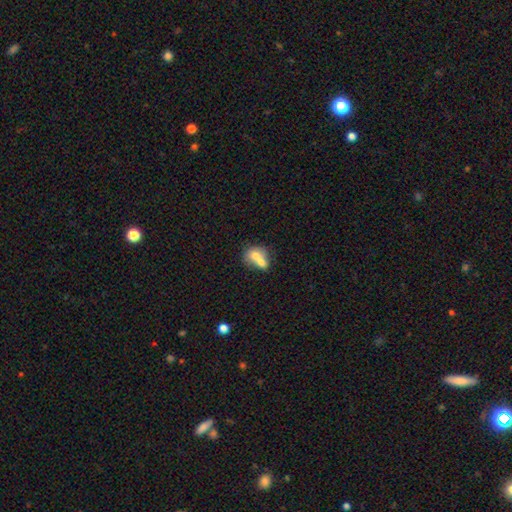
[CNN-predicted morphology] Overall: smooth (68%). How rounded: round (51%; in between 48%). Merging: merger (71%).